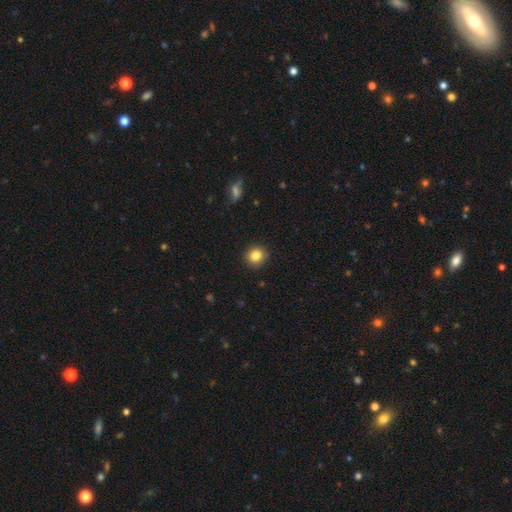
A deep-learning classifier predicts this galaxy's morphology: The model was most divided on "smooth or featured": smooth: 84%, star or artifact: 10%, featured or disk: 5%. More confident: merging — none (90%); how rounded — round (87%).